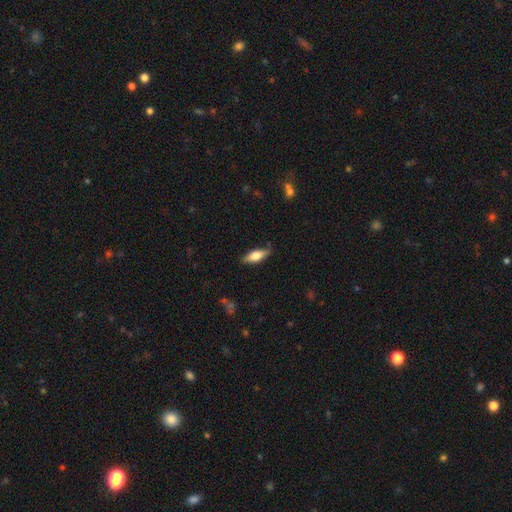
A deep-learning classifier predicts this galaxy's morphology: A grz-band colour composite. It shows a smooth galaxy with no disk features (64%) that is in between round and cigar-shaped (60%). Merging: none (81%).